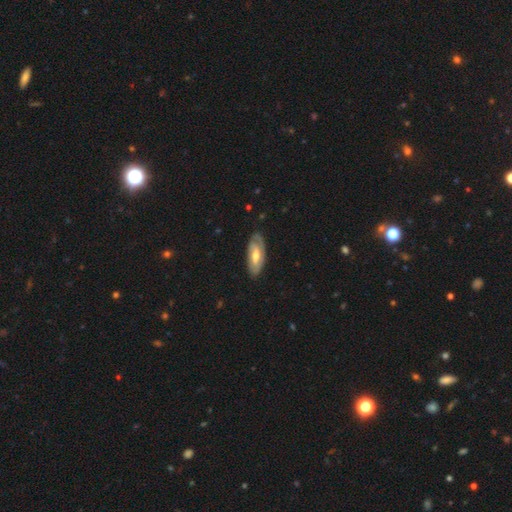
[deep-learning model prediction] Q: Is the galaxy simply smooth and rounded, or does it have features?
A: featured or disk — 63%.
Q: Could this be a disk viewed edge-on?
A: no — 86%.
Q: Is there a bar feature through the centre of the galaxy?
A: weak — 44%.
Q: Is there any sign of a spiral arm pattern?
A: yes — 75%.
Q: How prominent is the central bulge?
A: moderate — 67%.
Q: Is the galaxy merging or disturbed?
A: none — 76%.